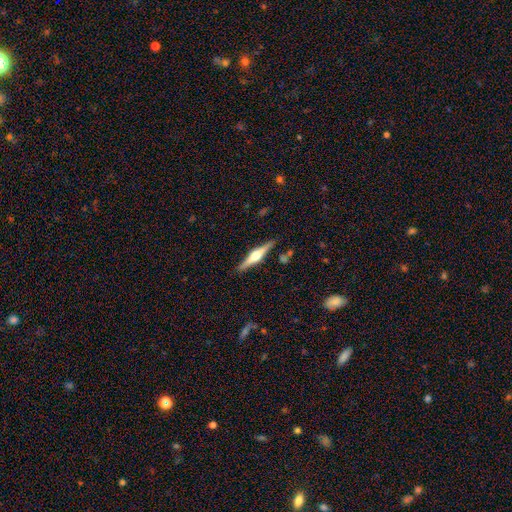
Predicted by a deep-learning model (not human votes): featured or disk 74%, smooth 21%, star or artifact 5%. Down the decision tree: edge-on disk — yes (98%); edge-on bulge — rounded (91%); merging — none (89%).